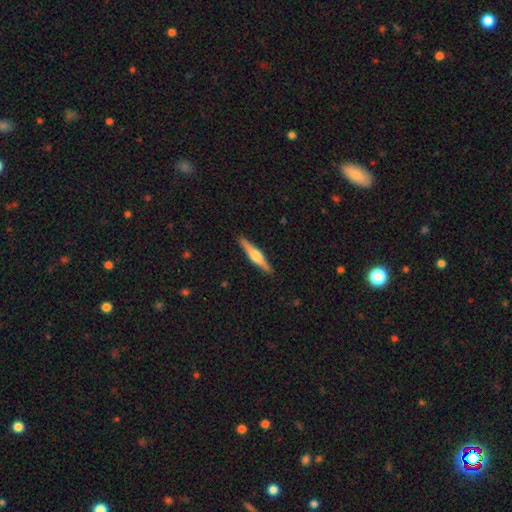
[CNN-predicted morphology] Smooth or featured: featured or disk — 64% (smooth — 30%)
Edge-on disk: yes — 98% (no — 2%)
Edge-on bulge: rounded — 86% (boxy — 9%)
Merging: none — 91% (minor disturbance — 6%)